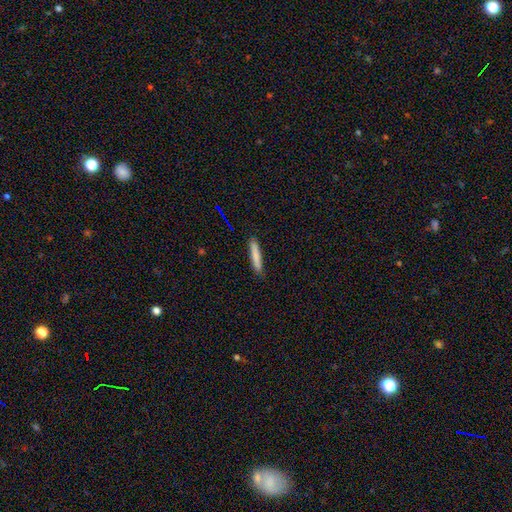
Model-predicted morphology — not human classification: A smooth galaxy with no disk features (82%) that is cigar-shaped (92%). Merging: none (88%).